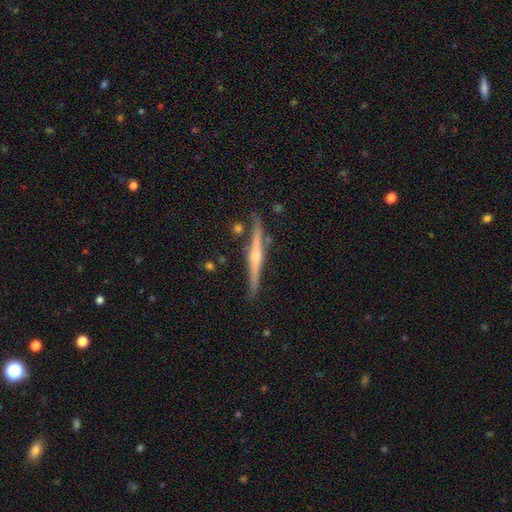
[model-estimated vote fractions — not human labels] smooth_or_featured: featured or disk (p=0.79) [alt: smooth p=0.15]
disk_edge_on: yes (p=0.98) [alt: no p=0.02]
edge_on_bulge: rounded (p=0.87) [alt: none p=0.08]
merging: none (p=0.86) [alt: minor disturbance p=0.09]